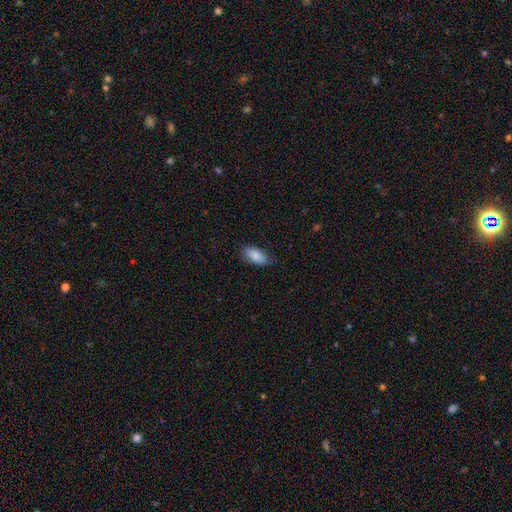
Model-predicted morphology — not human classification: This appears to be a smooth galaxy with no disk features (86%) that is in between round and cigar-shaped (91%). Merging: none (80%).